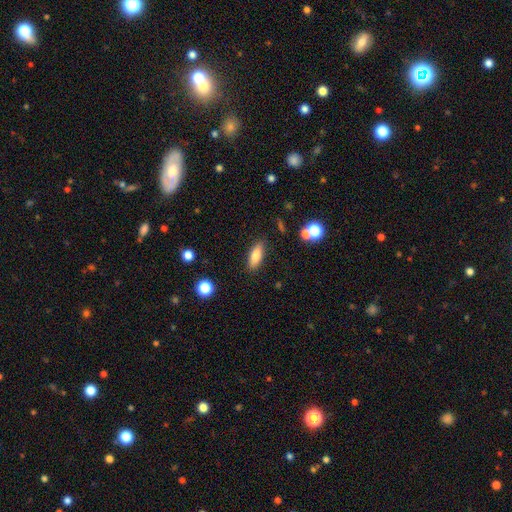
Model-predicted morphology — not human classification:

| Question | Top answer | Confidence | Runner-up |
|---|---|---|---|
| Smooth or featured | smooth | 77% | featured or disk (16%) |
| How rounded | in between | 65% | cigar-shaped (32%) |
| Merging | none | 86% | minor disturbance (9%) |